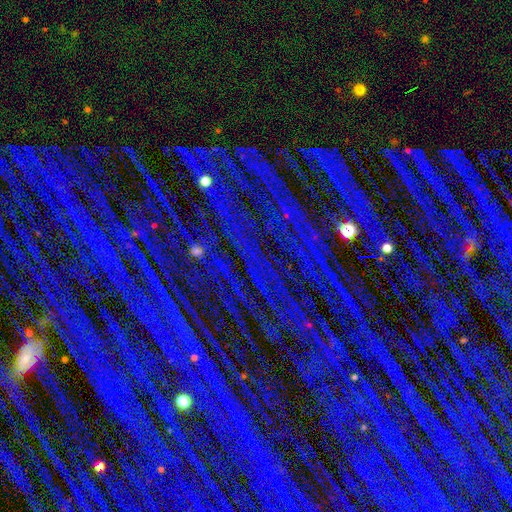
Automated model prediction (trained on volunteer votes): This is clearly a star or artifact rather than a galaxy (86%).